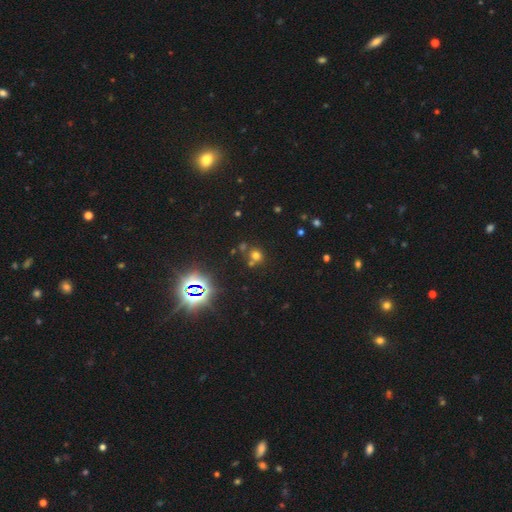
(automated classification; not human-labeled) Smooth or featured? Predicted: smooth (p=0.55). How rounded? Predicted: round (p=0.82). Merging? Predicted: none (p=0.59).